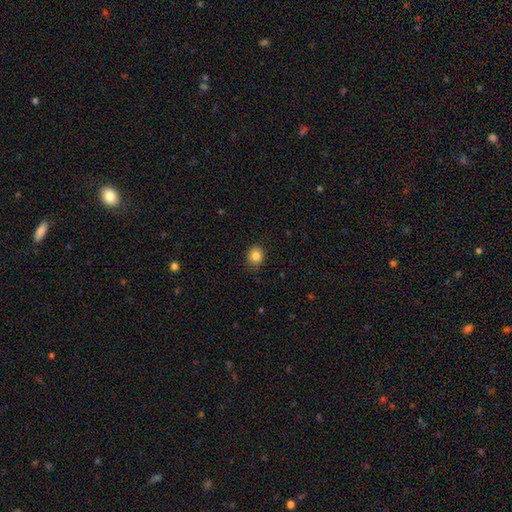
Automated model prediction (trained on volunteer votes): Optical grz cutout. It shows a smooth galaxy with no disk features (84%) that is round (68%). Merging: none (85%).